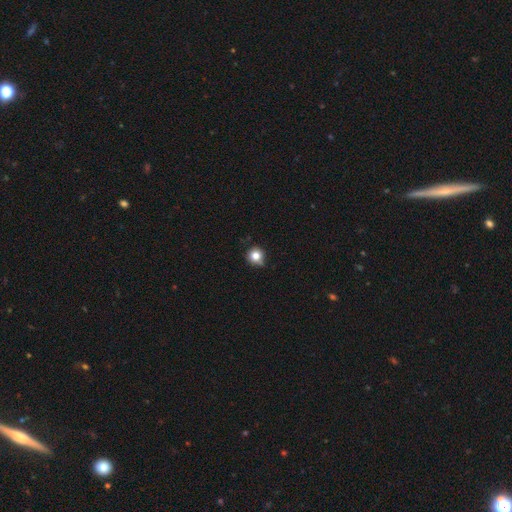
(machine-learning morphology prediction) Q: Smooth or featured?
A: smooth (80%); runner-up: star or artifact (12%)
Q: How rounded?
A: round (92%); runner-up: in between (7%)
Q: Merging?
A: none (71%); runner-up: minor disturbance (21%)